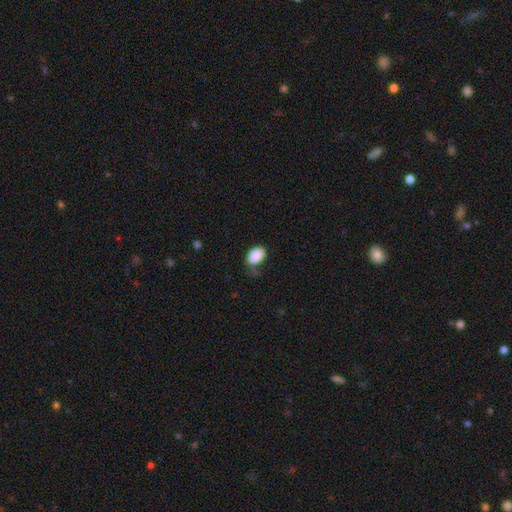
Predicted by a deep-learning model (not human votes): Q: Smooth or featured?
A: smooth (88%); runner-up: star or artifact (7%)
Q: How rounded?
A: in between (84%); runner-up: round (15%)
Q: Merging?
A: none (52%); runner-up: minor disturbance (31%)